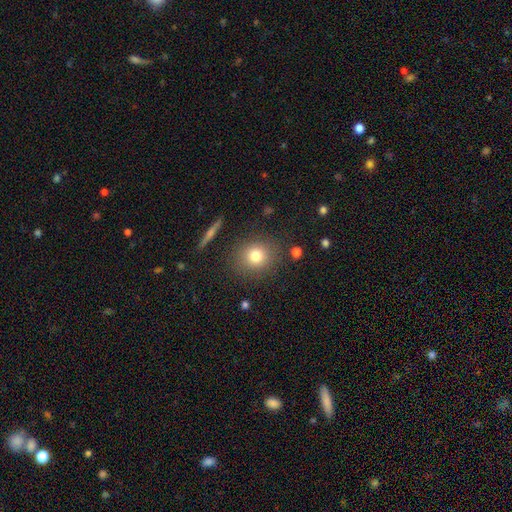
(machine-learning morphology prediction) This appears to be a smooth galaxy with no disk features (77%) that is round (81%). Merging: none (85%).